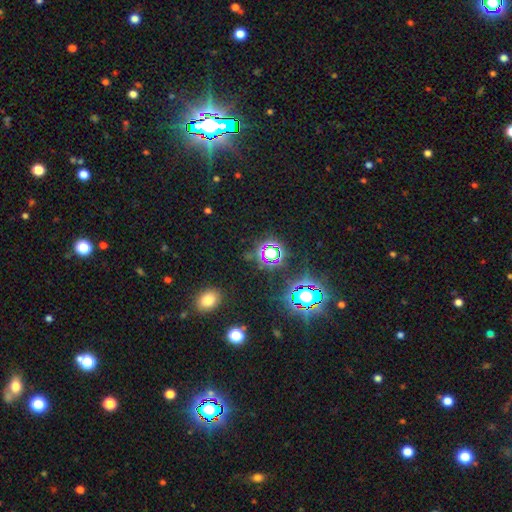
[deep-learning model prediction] Q: Smooth or featured?
A: star or artifact (71%); runner-up: smooth (22%)